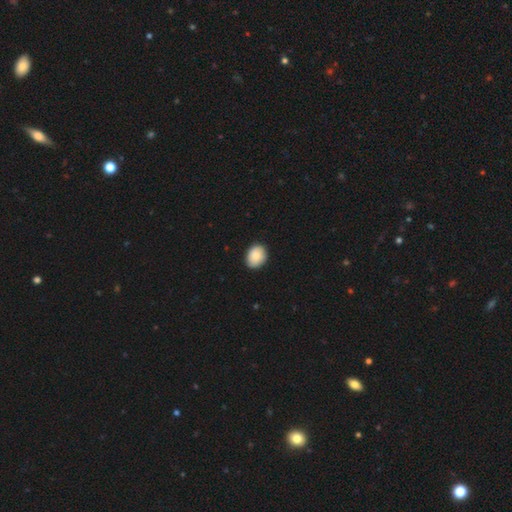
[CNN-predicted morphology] This appears to be a smooth galaxy with no disk features (84%) that is in between round and cigar-shaped (54%). Merging: none (86%).